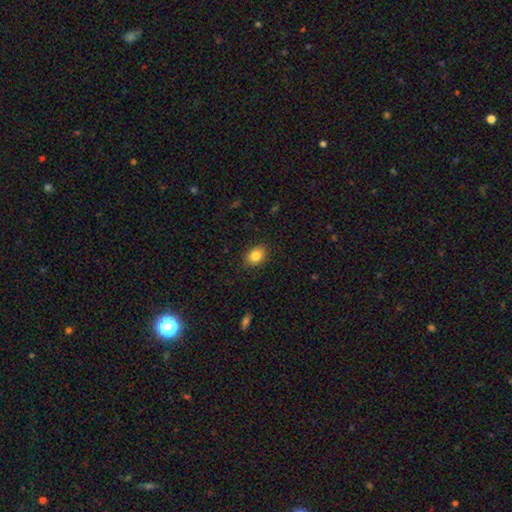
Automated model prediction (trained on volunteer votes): Q: Smooth or featured?
A: smooth (84%); runner-up: star or artifact (9%)
Q: How rounded?
A: in between (67%); runner-up: round (32%)
Q: Merging?
A: none (88%); runner-up: minor disturbance (9%)